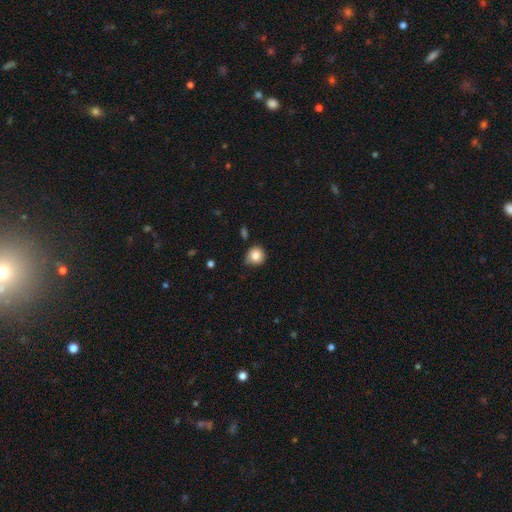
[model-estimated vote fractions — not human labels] Smooth or featured? smooth (83%)
How rounded? round (91%)
Merging? none (74%)